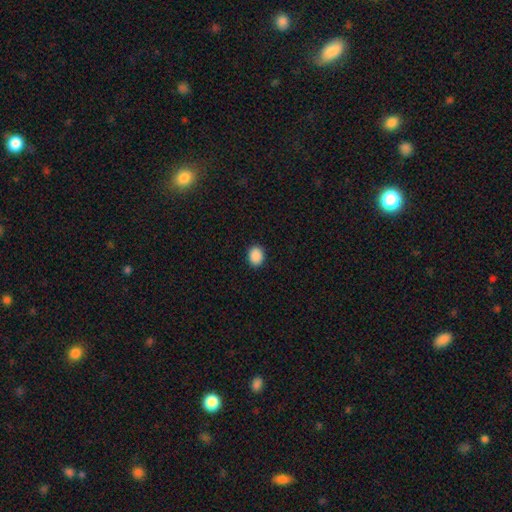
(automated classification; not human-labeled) smooth_or_featured: smooth (p=0.90) [alt: star or artifact p=0.08]
how_rounded: in between (p=0.53) [alt: round p=0.46]
merging: none (p=0.90) [alt: minor disturbance p=0.07]